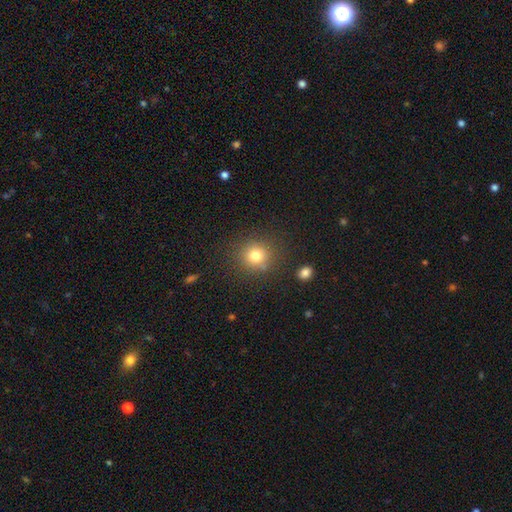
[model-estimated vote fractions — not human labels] Morphology: type=smooth (78%); roundness=round (90%); merging=none (84%).